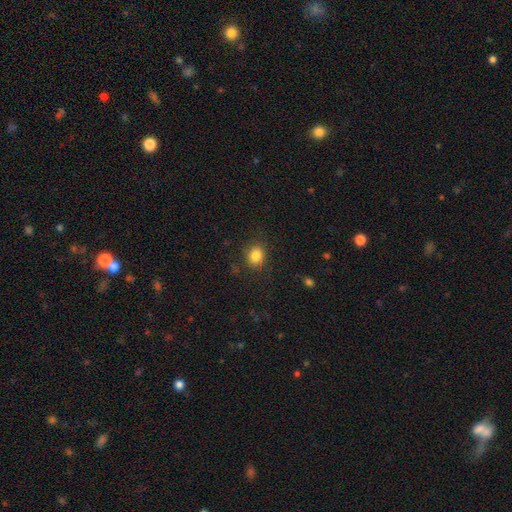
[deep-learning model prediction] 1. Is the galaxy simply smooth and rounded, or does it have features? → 84% smooth, 11% star or artifact, 5% featured or disk.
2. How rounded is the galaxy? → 62% round, 37% in between, 1% cigar-shaped.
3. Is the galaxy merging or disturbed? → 84% none, 11% minor disturbance, 4% major disturbance, 1% merger.